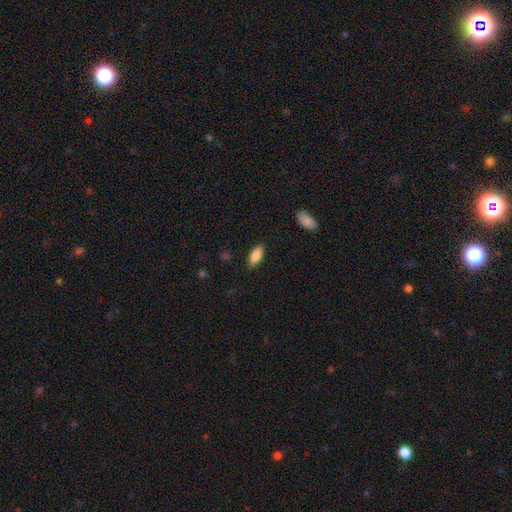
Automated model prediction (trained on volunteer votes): This appears to be a smooth galaxy with no disk features (82%) that is in between round and cigar-shaped (82%). Merging: none (86%).